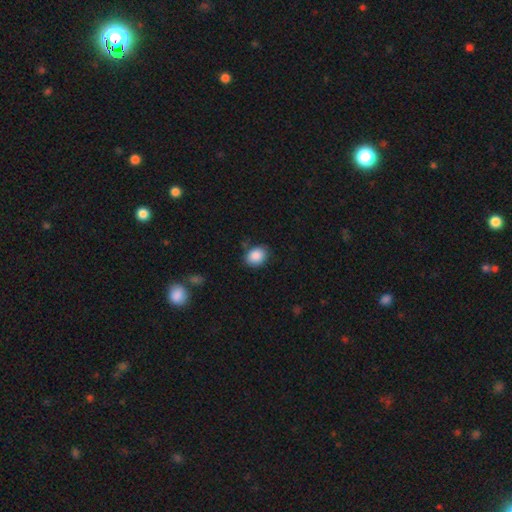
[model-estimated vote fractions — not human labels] A smooth galaxy with no disk features (88%) that is in between round and cigar-shaped (56%). Merging: none (81%).